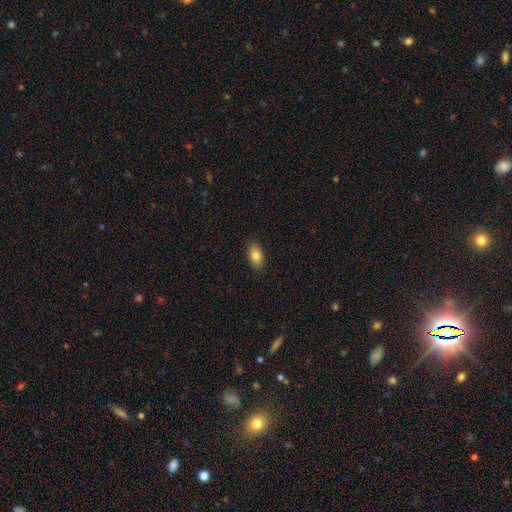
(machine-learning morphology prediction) Smooth or featured: smooth — 83% (featured or disk — 9%)
How rounded: in between — 91% (round — 6%)
Merging: none — 88% (minor disturbance — 9%)